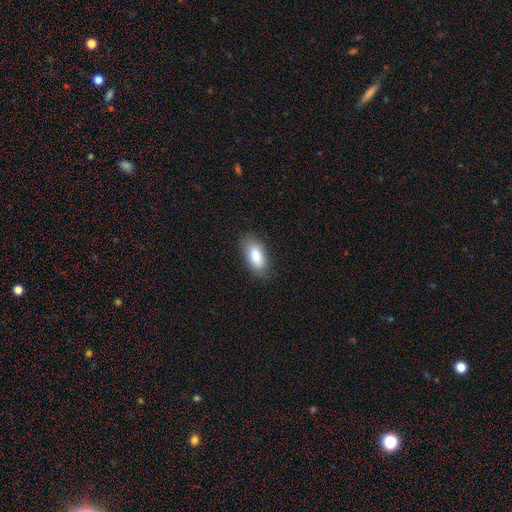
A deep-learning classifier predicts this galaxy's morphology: type=smooth (82%); roundness=in between (89%); merging=none (84%).